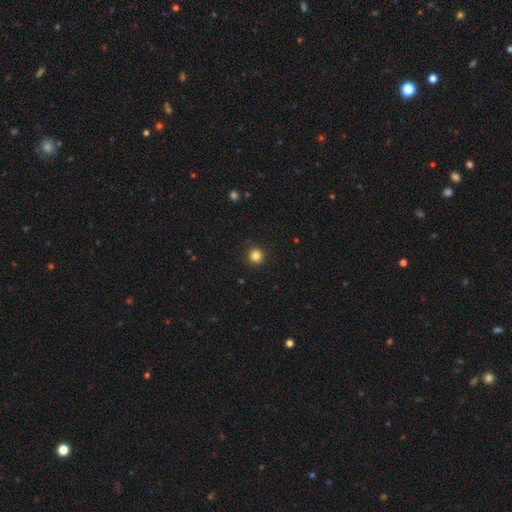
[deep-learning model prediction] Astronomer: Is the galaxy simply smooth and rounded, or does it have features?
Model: smooth — 84%.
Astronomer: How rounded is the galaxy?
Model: round — 95%.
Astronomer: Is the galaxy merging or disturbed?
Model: none — 93%.